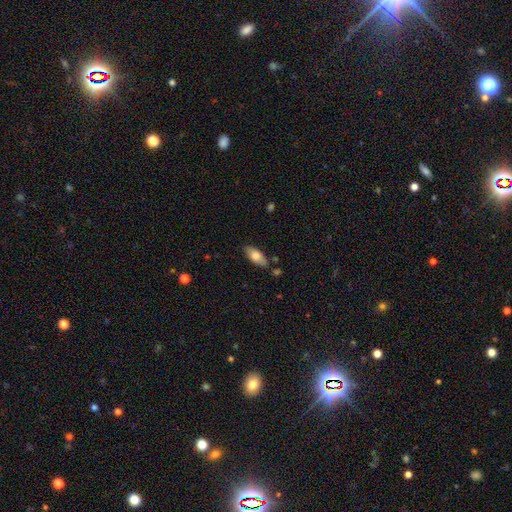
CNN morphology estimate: Q: Smooth or featured?
A: smooth (75%); runner-up: featured or disk (19%)
Q: How rounded?
A: in between (85%); runner-up: cigar-shaped (13%)
Q: Merging?
A: none (79%); runner-up: minor disturbance (14%)